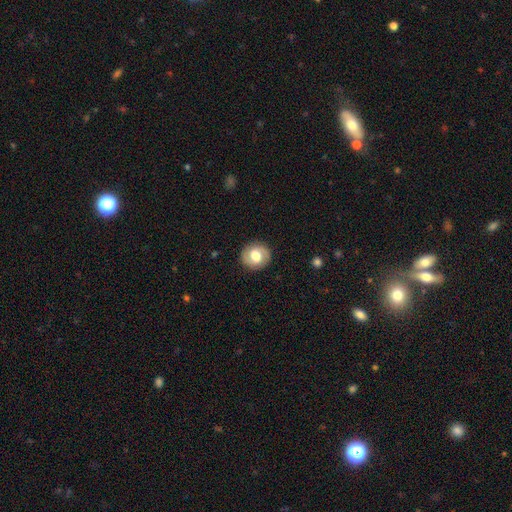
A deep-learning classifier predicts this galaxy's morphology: smooth_or_featured: smooth (p=0.52) [alt: featured or disk p=0.40]
how_rounded: round (p=0.82) [alt: in between p=0.17]
merging: none (p=0.87) [alt: minor disturbance p=0.09]